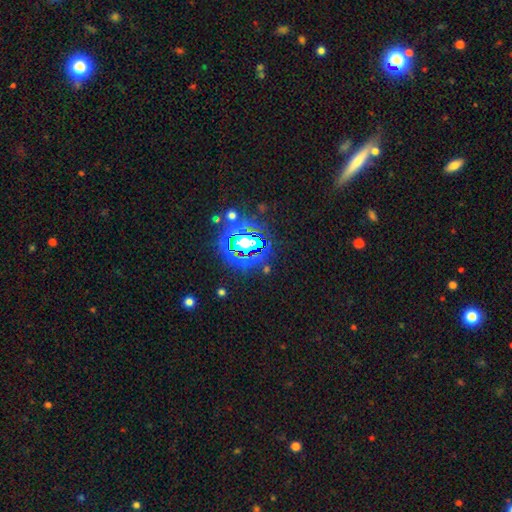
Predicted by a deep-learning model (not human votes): A star or artifact, not a galaxy (79%).